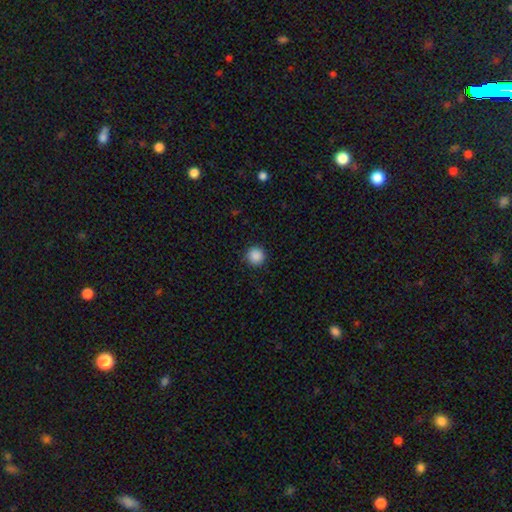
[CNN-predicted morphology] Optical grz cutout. It shows a smooth galaxy with no disk features (88%) that is round (95%). Merging: none (91%).